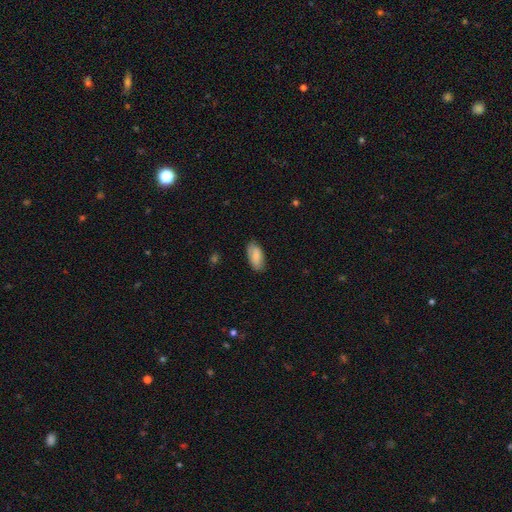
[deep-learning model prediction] smooth-or-featured: smooth: 82% | featured or disk: 12% | star or artifact: 6%
  how-rounded: in between: 91% | cigar-shaped: 6% | round: 2%
  merging: none: 82% | minor disturbance: 14% | major disturbance: 3% | merger: 1%